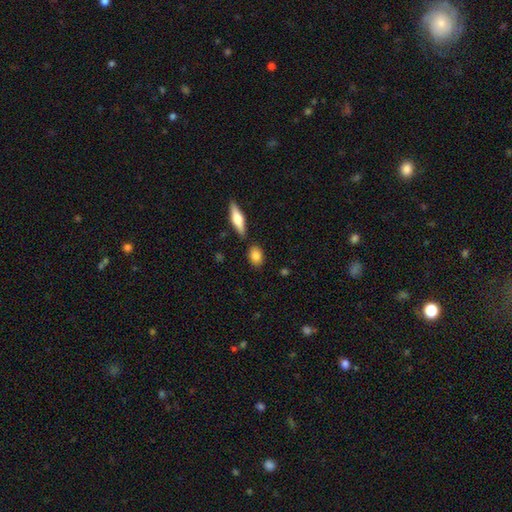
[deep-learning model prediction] smooth_or_featured: smooth (p=0.82) [alt: featured or disk p=0.11]
how_rounded: in between (p=0.72) [alt: round p=0.24]
merging: none (p=0.80) [alt: minor disturbance p=0.11]